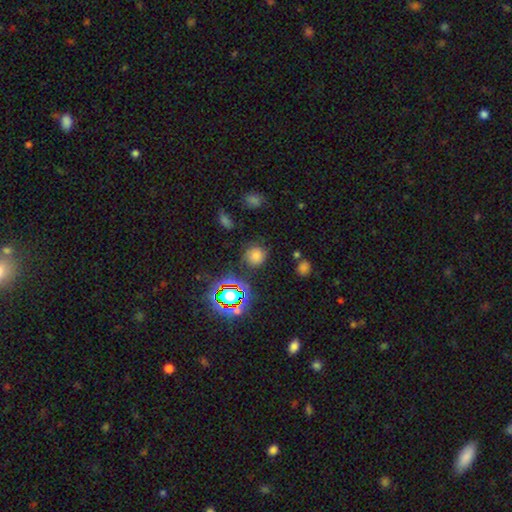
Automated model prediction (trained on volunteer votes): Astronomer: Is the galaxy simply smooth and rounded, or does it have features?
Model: smooth — 63%.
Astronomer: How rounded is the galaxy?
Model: round — 85%.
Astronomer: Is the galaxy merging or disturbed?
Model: none — 72%.